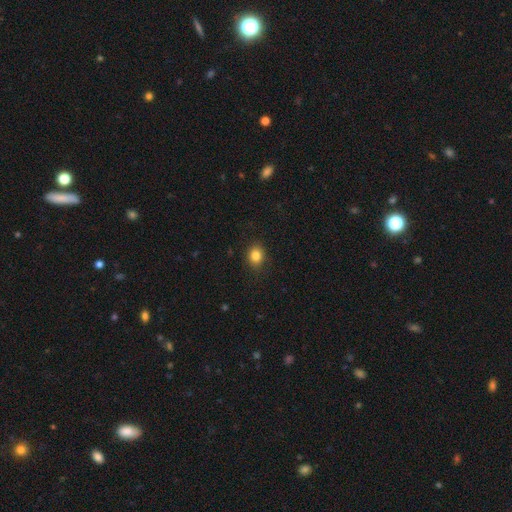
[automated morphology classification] Smooth or featured: smooth — 83% (star or artifact — 11%)
How rounded: round — 55% (in between — 44%)
Merging: none — 86% (minor disturbance — 10%)